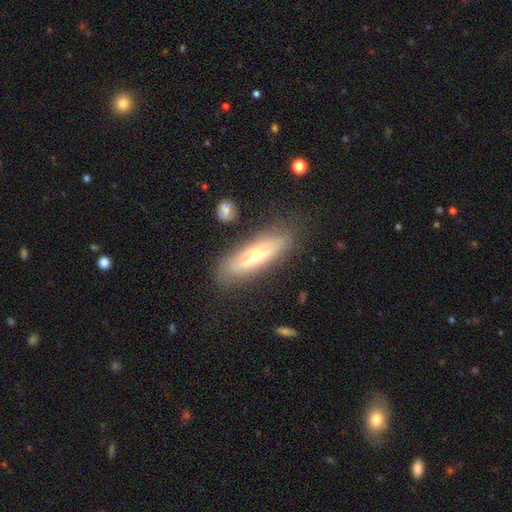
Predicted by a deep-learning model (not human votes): Smooth or featured?
  - featured or disk: 53% *
  - smooth: 40%
  - star or artifact: 7%
Edge-on disk?
  - yes: 76% *
  - no: 24%
Merging?
  - none: 78% *
  - minor disturbance: 15%
  - major disturbance: 5%
  - merger: 2%